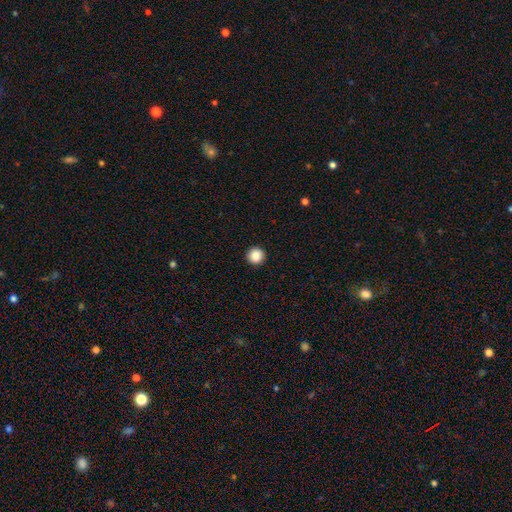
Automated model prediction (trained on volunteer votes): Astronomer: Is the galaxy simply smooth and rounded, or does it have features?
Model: smooth — 88%.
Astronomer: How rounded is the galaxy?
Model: round — 96%.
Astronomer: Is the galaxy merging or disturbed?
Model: none — 94%.